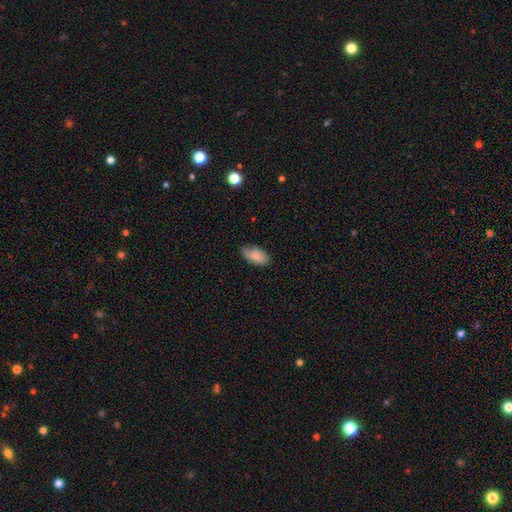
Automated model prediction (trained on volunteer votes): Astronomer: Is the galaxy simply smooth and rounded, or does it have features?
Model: smooth — 85%.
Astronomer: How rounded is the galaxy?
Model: in between — 93%.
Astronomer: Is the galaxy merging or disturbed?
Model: none — 72%.